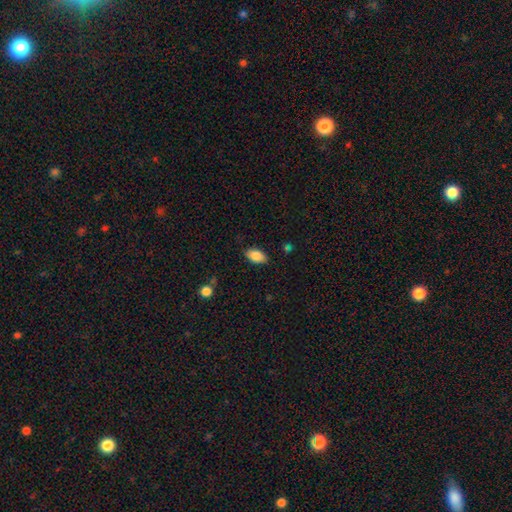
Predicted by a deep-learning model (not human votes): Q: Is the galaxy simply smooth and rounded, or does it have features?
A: smooth — 84%.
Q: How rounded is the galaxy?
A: in between — 92%.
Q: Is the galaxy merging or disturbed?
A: none — 85%.